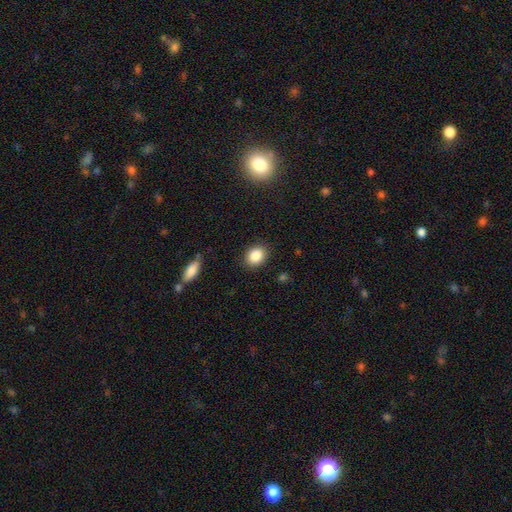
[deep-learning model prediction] smooth_or_featured: smooth (p=0.86) [alt: star or artifact p=0.09]
how_rounded: in between (p=0.53) [alt: round p=0.46]
merging: none (p=0.86) [alt: minor disturbance p=0.10]